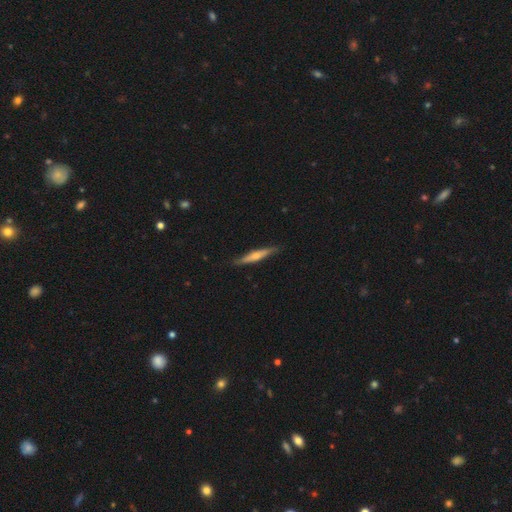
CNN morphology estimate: Smooth or featured?
  - featured or disk: 50% *
  - smooth: 44%
  - star or artifact: 6%
Edge-on disk?
  - yes: 94% *
  - no: 6%
Merging?
  - none: 86% *
  - minor disturbance: 11%
  - major disturbance: 2%
  - merger: 1%